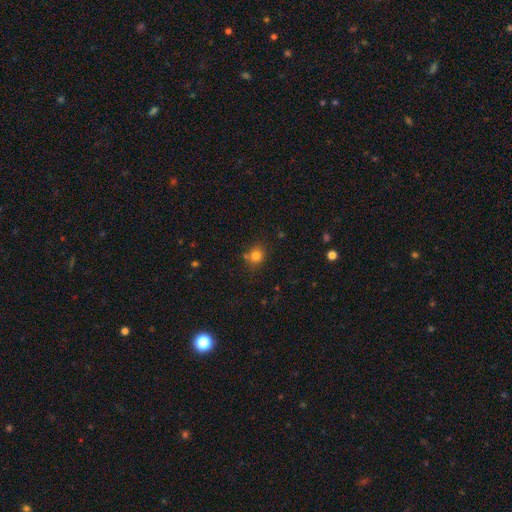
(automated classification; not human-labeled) Smooth or featured?
  - smooth: 80% *
  - star or artifact: 13%
  - featured or disk: 7%
How rounded?
  - round: 80% *
  - in between: 19%
  - cigar-shaped: 1%
Merging?
  - none: 72% *
  - minor disturbance: 15%
  - merger: 9%
  - major disturbance: 4%